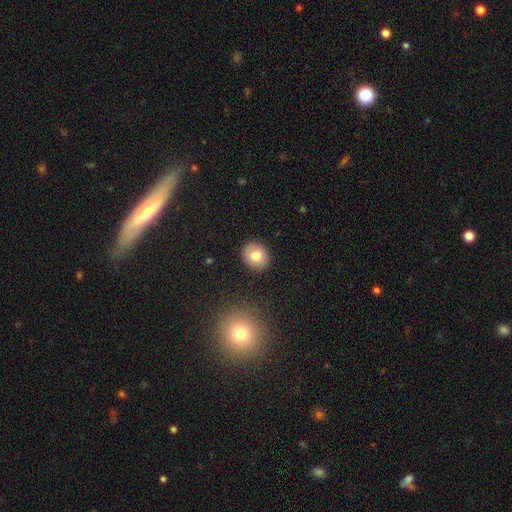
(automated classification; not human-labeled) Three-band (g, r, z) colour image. It shows a smooth galaxy with no disk features (78%) that is round (67%). Merging: none (90%).